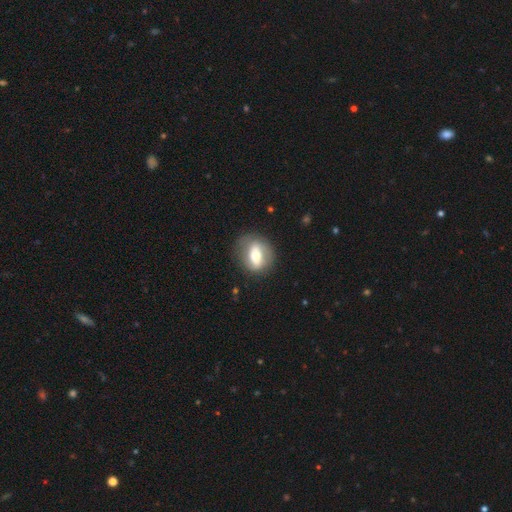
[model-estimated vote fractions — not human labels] smooth-or-featured: featured or disk: 50% | smooth: 43% | star or artifact: 7%
  merging: none: 76% | minor disturbance: 16% | major disturbance: 7% | merger: 1%